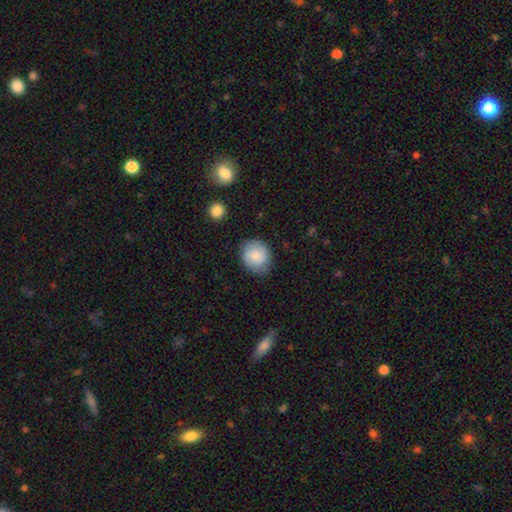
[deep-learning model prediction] A smooth galaxy with no disk features (80%) that is round (76%).

Vote fractions:
- Smooth or featured? smooth: 80% / featured or disk: 13% / star or artifact: 7%
- How rounded? round: 76% / in between: 24% / cigar-shaped: 1%
- Merging? none: 73% / minor disturbance: 21% / major disturbance: 5% / merger: 2%